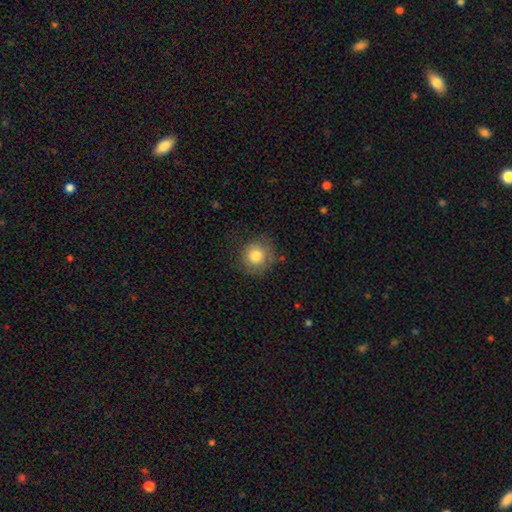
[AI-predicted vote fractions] Smooth or featured: smooth — 80% (featured or disk — 10%)
How rounded: round — 92% (in between — 7%)
Merging: none — 77% (minor disturbance — 16%)